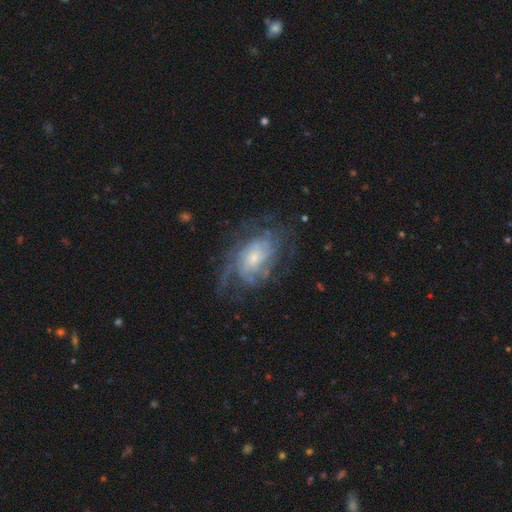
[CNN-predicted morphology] A featured or disk galaxy (75%) with no bar (70%), tight (49%) spiral arms (85%) and a small central bulge (50%).

Vote fractions:
- Smooth or featured? featured or disk: 75% / smooth: 15% / star or artifact: 10%
- Edge-on disk? no: 95% / yes: 5%
- Bar? no: 70% / weak: 25% / strong: 5%
- Spiral arms? yes: 85% / no: 15%
- Spiral winding? tight: 49% / medium: 35% / loose: 16%
- Spiral arm count? can't tell: 52% / 2: 14% / 3: 12% / 4: 10% / more than 4: 6% / 1: 6%
- Bulge size? small: 50% / moderate: 40% / large: 5% / none: 3% / dominant: 1%
- Merging? none: 66% / minor disturbance: 19% / major disturbance: 14% / merger: 1%